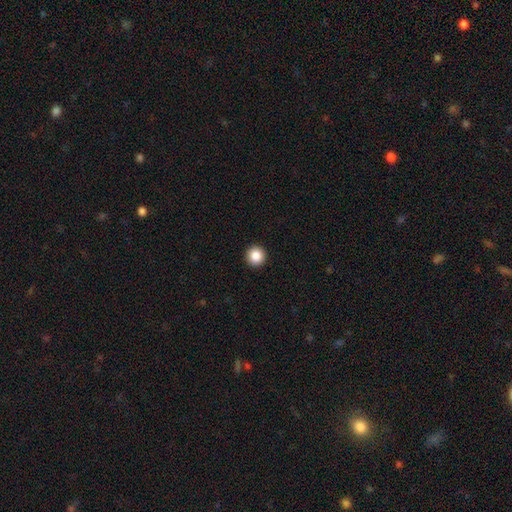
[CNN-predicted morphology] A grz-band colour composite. It shows a smooth galaxy with no disk features (87%) that is round (96%). Merging: none (94%).